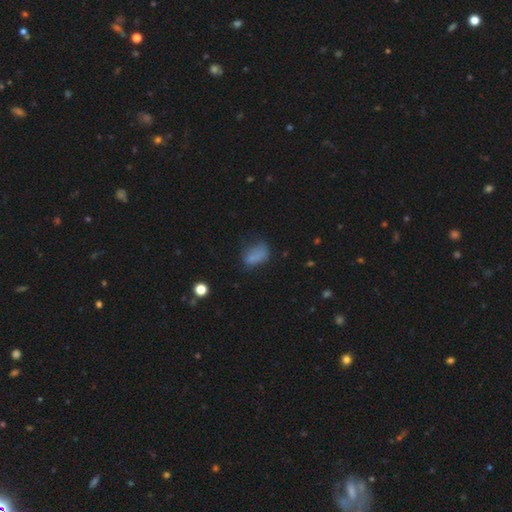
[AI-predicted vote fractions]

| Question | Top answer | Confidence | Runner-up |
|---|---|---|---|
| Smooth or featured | smooth | 72% | star or artifact (15%) |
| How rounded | in between | 84% | round (11%) |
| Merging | none | 42% | minor disturbance (31%) |